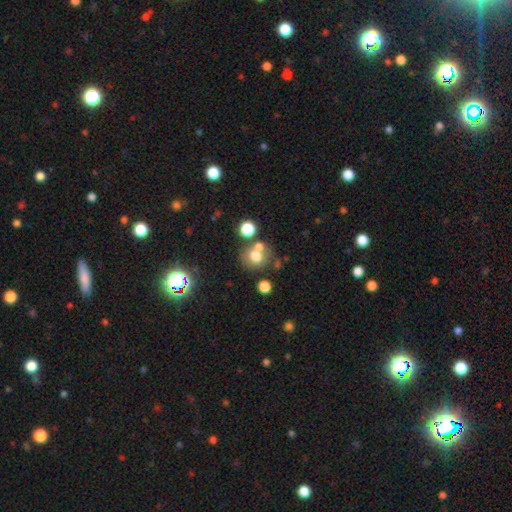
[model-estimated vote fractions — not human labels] Q: Smooth or featured?
A: smooth (68%); runner-up: featured or disk (17%)
Q: How rounded?
A: round (78%); runner-up: in between (21%)
Q: Merging?
A: none (56%); runner-up: merger (29%)